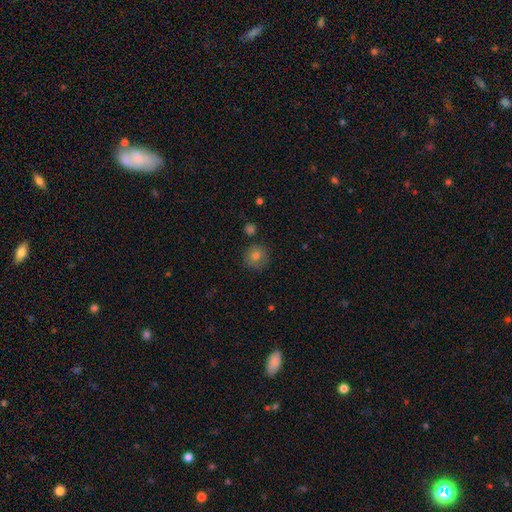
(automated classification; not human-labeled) Morphology: type=smooth (75%); roundness=round (92%); merging=none (83%).